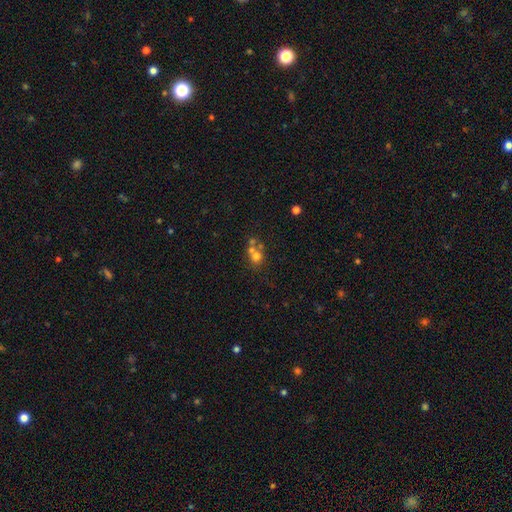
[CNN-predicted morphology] This appears to be a smooth galaxy with no disk features (63%) that is round (80%). Merging: merger (45%).